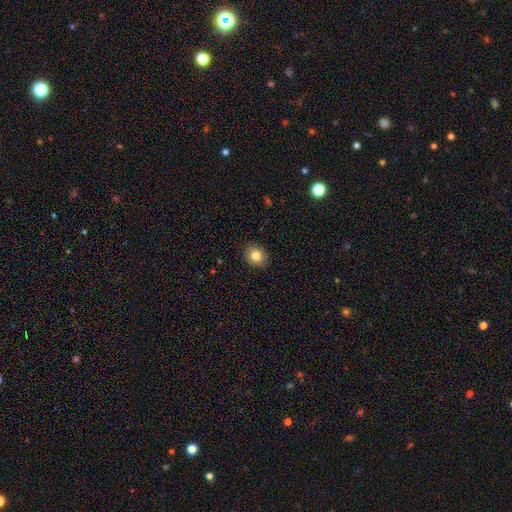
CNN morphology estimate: Smooth or featured? smooth (83%)
How rounded? round (64%)
Merging? none (90%)